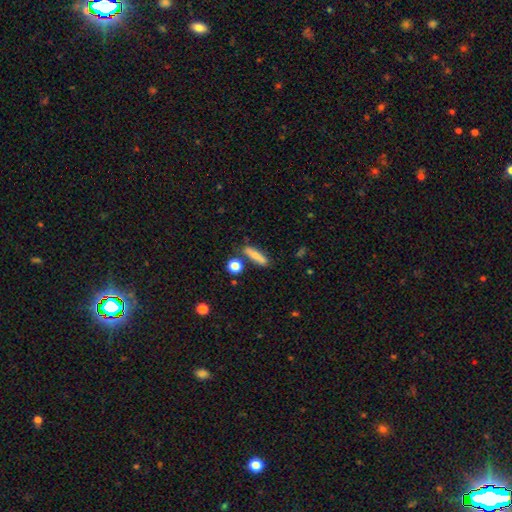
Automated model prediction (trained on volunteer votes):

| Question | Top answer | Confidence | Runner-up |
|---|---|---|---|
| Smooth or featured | smooth | 72% | featured or disk (19%) |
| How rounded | cigar-shaped | 65% | in between (29%) |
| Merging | none | 73% | minor disturbance (14%) |